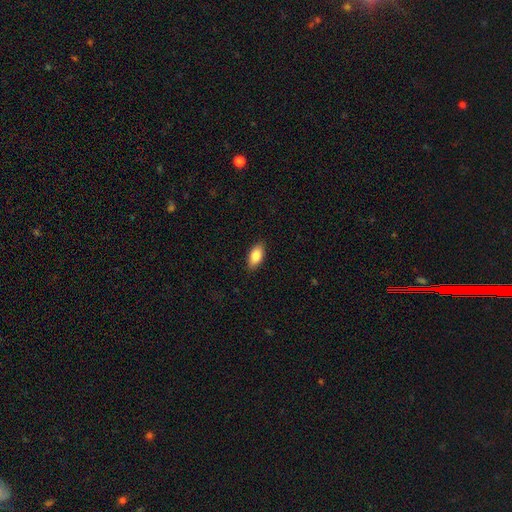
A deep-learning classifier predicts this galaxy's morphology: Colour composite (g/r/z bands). It shows a smooth galaxy with no disk features (86%) that is in between round and cigar-shaped (91%). Merging: none (88%).